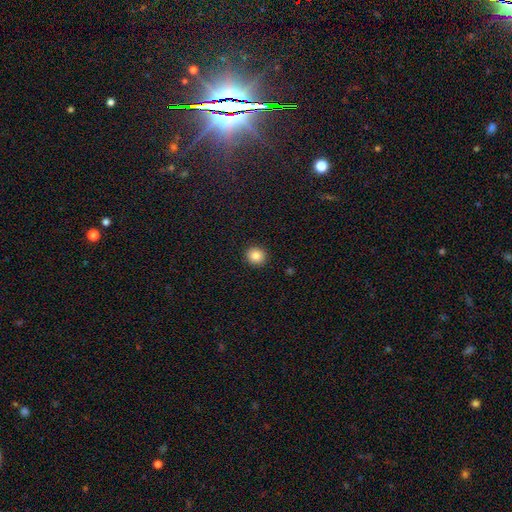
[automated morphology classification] Overall: smooth (85%). How rounded: round (89%). Merging: none (92%).